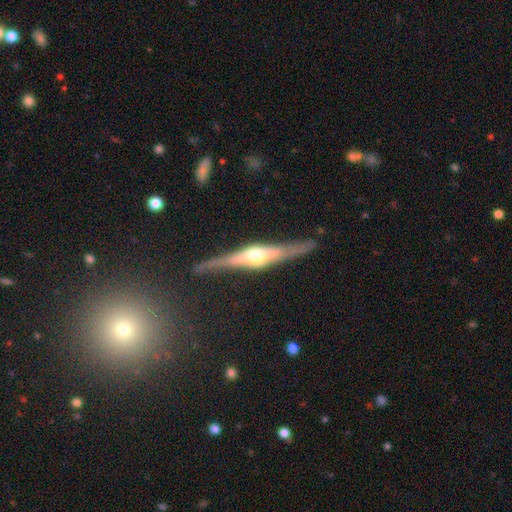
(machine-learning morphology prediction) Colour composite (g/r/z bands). It shows a featured or disk galaxy (83%) viewed edge-on (96%) with a rounded central bulge (84%). Merging: none (83%).